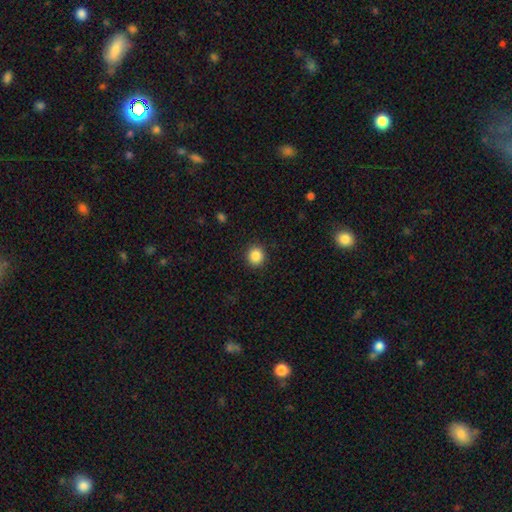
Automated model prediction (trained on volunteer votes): smooth-or-featured: smooth: 87% | star or artifact: 10% | featured or disk: 4%
  how-rounded: round: 90% | in between: 9% | cigar-shaped: 1%
  merging: none: 91% | minor disturbance: 6% | major disturbance: 2% | merger: 1%